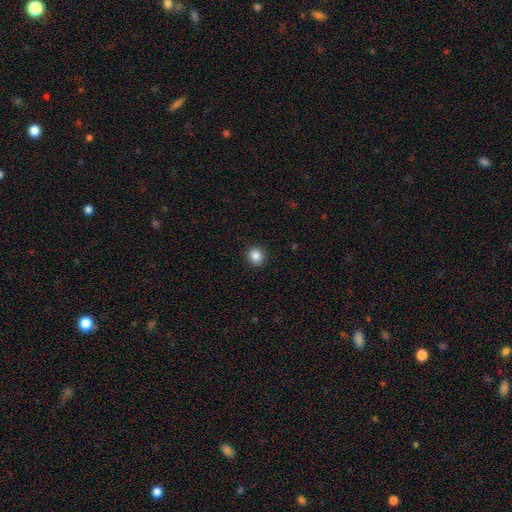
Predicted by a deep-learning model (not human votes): Morphology: type=smooth (87%); roundness=round (76%); merging=none (91%).